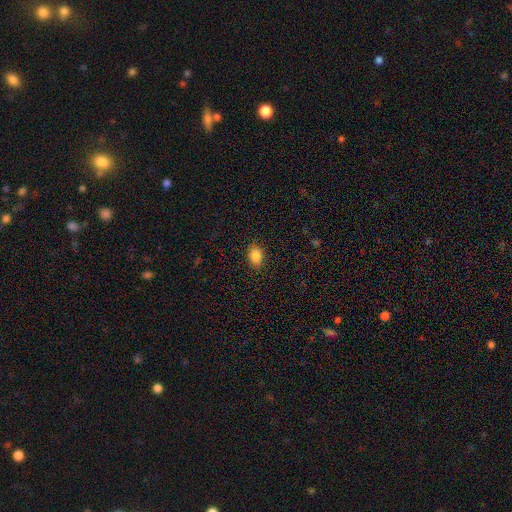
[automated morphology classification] This is clearly a smooth galaxy (86%). How rounded: clearly in between (82%). Merging: clearly none (88%).